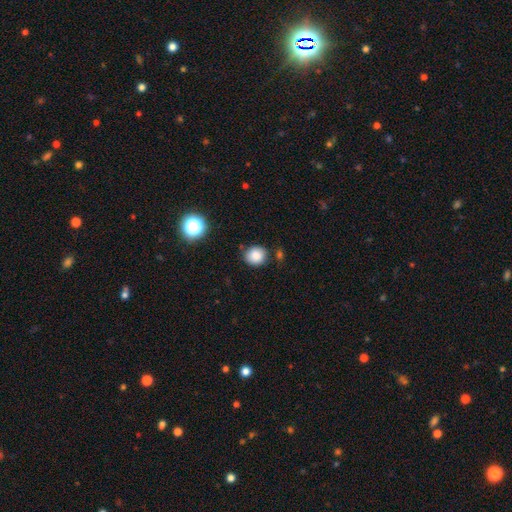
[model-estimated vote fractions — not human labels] This appears to be a smooth galaxy with no disk features (84%) that is round (80%). Merging: none (81%).